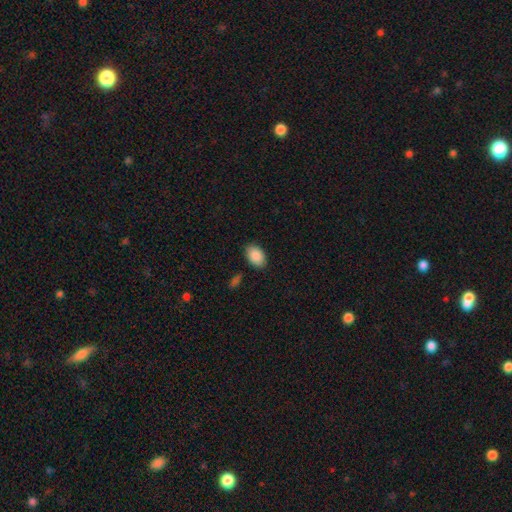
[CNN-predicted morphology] This is clearly a smooth galaxy (89%). How rounded: clearly in between (88%). Merging: clearly none (86%).